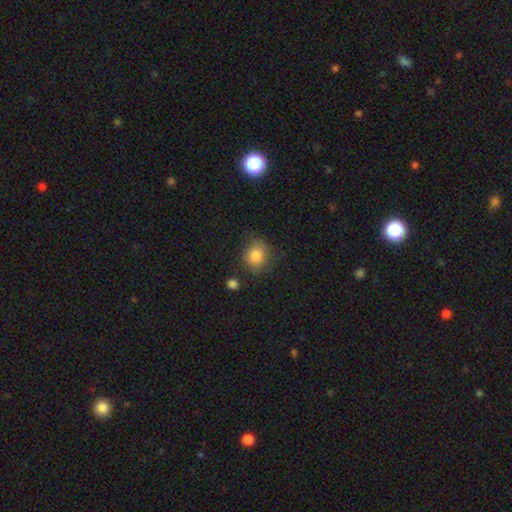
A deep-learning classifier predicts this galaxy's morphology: This is clearly a smooth galaxy (83%). How rounded: likely round (68%). Merging: likely none (72%).